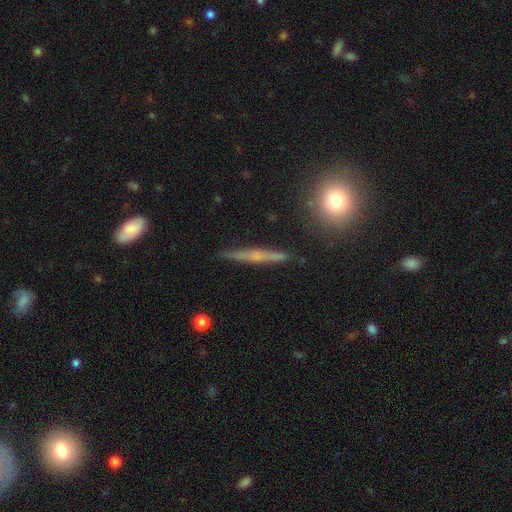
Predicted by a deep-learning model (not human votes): Smooth or featured: featured or disk — 64% (smooth — 27%)
Edge-on disk: yes — 96% (no — 4%)
Edge-on bulge: rounded — 59% (none — 33%)
Merging: none — 89% (minor disturbance — 8%)